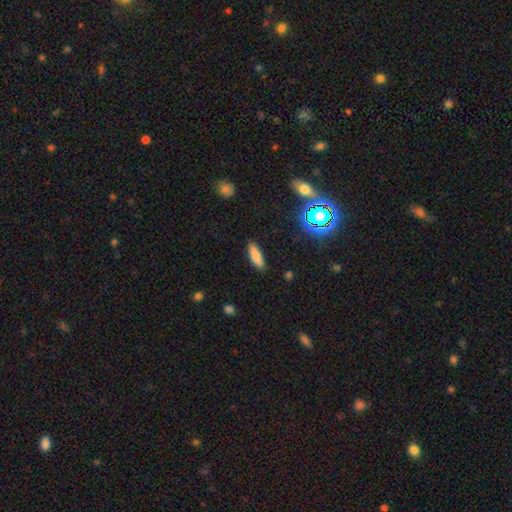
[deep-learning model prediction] Smooth or featured?
  - smooth: 81% *
  - star or artifact: 10%
  - featured or disk: 9%
How rounded?
  - in between: 51% *
  - cigar-shaped: 47%
  - round: 2%
Merging?
  - none: 85% *
  - minor disturbance: 11%
  - major disturbance: 2%
  - merger: 1%